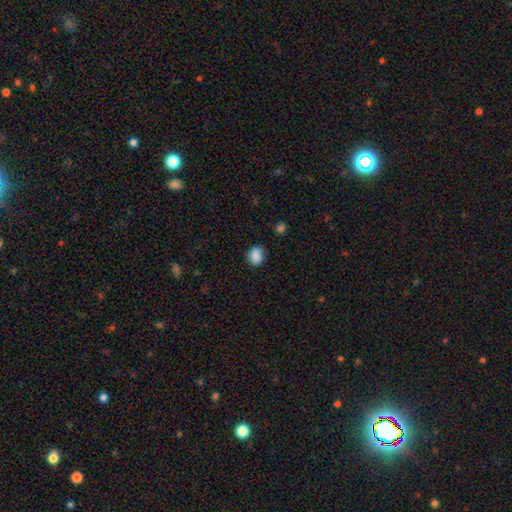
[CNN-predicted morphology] smooth_or_featured: smooth (p=0.87) [alt: star or artifact p=0.09]
how_rounded: round (p=0.51) [alt: in between p=0.48]
merging: none (p=0.81) [alt: minor disturbance p=0.15]